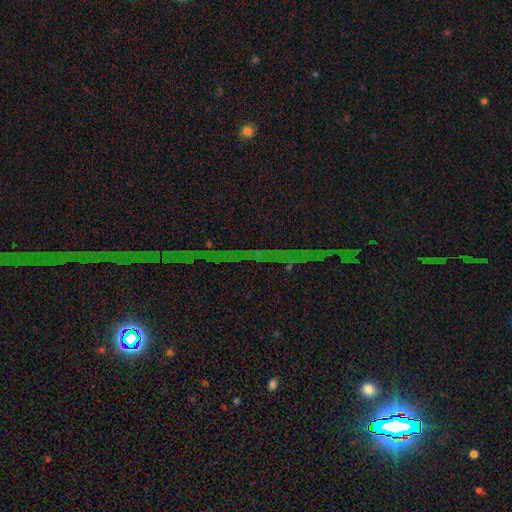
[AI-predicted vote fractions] A star or artifact, not a galaxy (83%).

Vote fractions:
- Smooth or featured? star or artifact: 83% / featured or disk: 9% / smooth: 8%